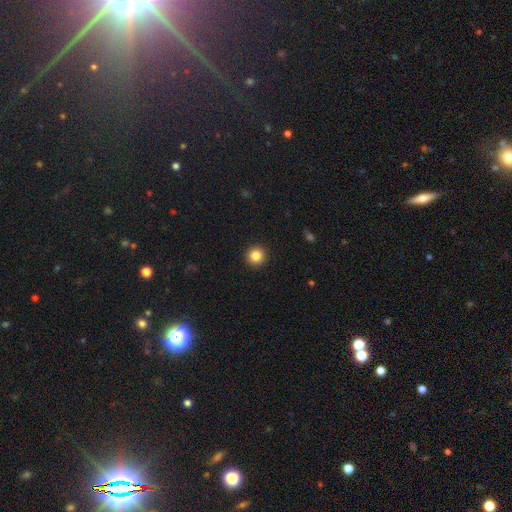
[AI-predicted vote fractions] smooth_or_featured: smooth (p=0.84) [alt: star or artifact p=0.11]
how_rounded: round (p=0.96) [alt: in between p=0.03]
merging: none (p=0.93) [alt: minor disturbance p=0.04]